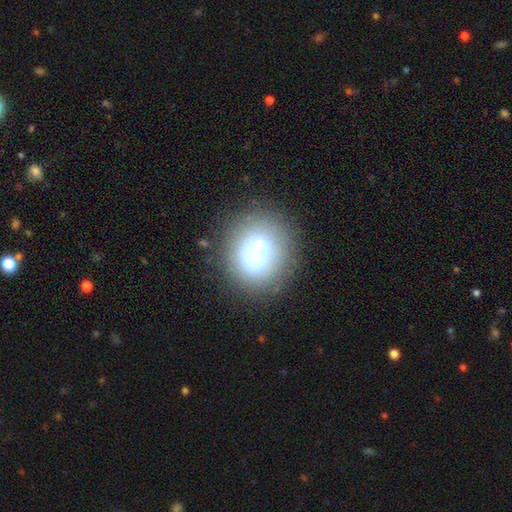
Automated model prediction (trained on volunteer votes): This appears to be a smooth galaxy with no disk features (60%) that is round (86%). Merging: none (57%).